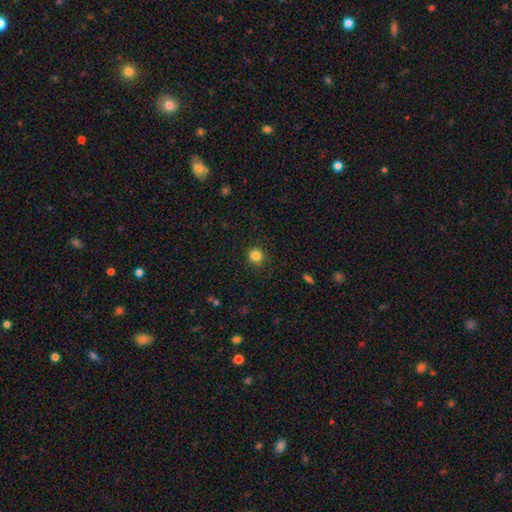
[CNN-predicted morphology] smooth-or-featured: smooth: 83% | star or artifact: 12% | featured or disk: 5%
  how-rounded: round: 91% | in between: 8% | cigar-shaped: 1%
  merging: none: 90% | minor disturbance: 7% | major disturbance: 2% | merger: 1%